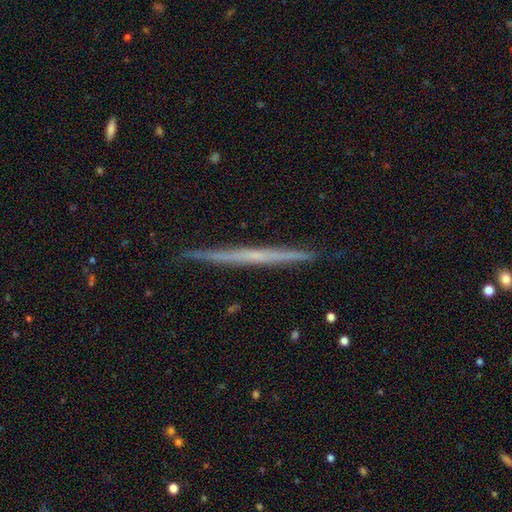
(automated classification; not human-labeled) This is likely a featured or disk galaxy (64%). It is clearly viewed edge-on (98%). Edge-on bulge: clearly none (84%). Merging: clearly none (91%).